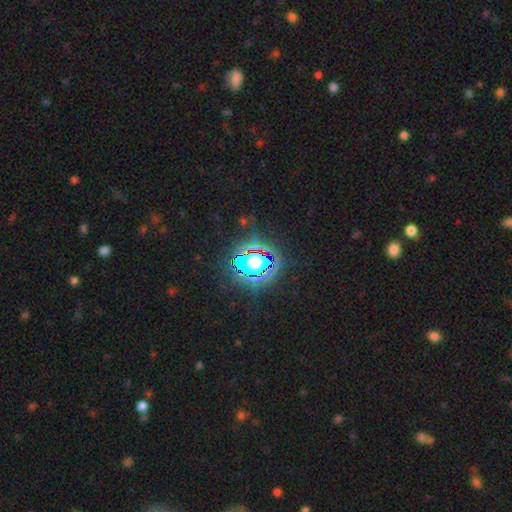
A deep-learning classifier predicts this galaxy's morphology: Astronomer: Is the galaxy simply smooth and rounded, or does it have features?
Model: star or artifact — 68%.